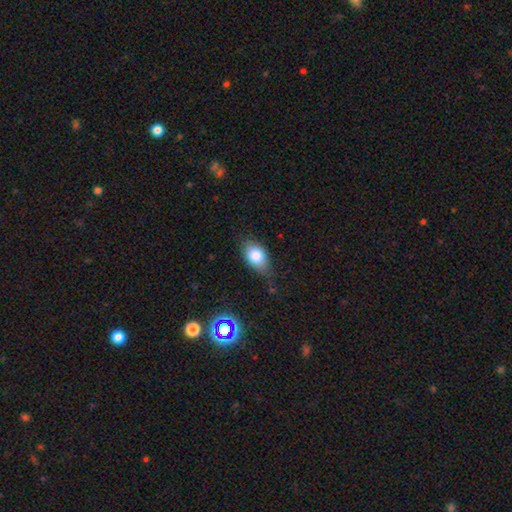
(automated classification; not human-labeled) This is clearly a smooth galaxy (81%). How rounded: clearly in between (85%). Merging: likely none (66%).